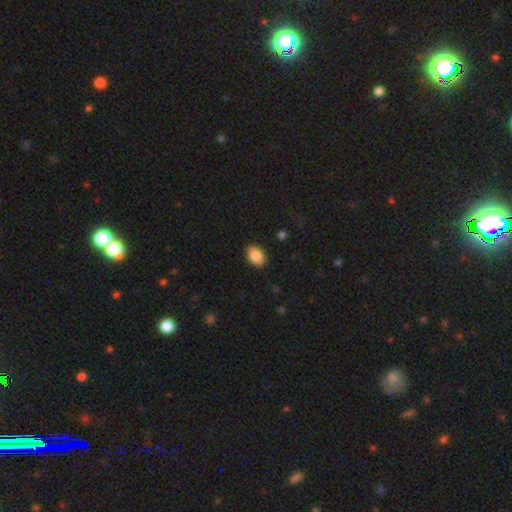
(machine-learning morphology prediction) Smooth or featured: smooth — 88% (star or artifact — 7%)
How rounded: in between — 85% (round — 14%)
Merging: none — 87% (minor disturbance — 10%)